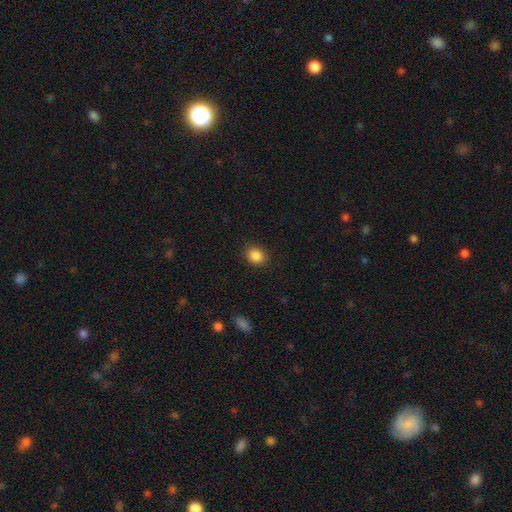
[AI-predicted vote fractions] smooth_or_featured: smooth (p=0.87) [alt: star or artifact p=0.10]
how_rounded: round (p=0.65) [alt: in between p=0.34]
merging: none (p=0.87) [alt: minor disturbance p=0.09]